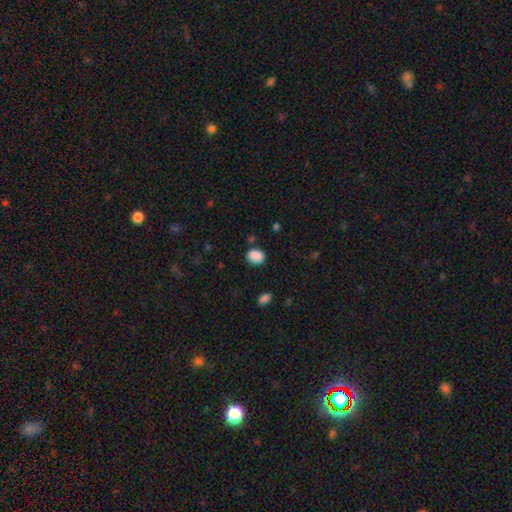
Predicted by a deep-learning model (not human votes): Overall: smooth (88%). How rounded: in between (60%; round 39%). Merging: none (79%).